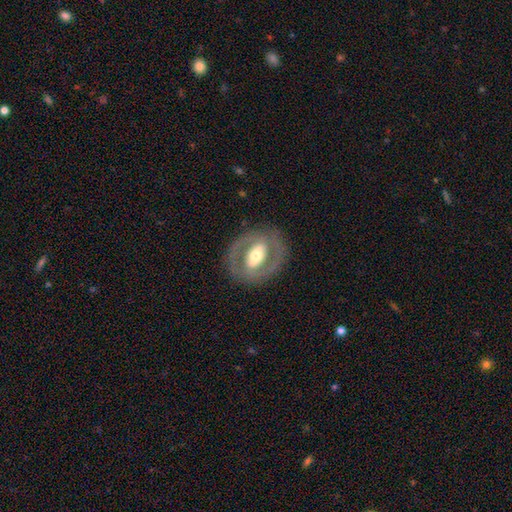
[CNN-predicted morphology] Smooth or featured? Predicted: featured or disk (p=0.71). Edge-on disk? Predicted: no (p=0.93). Bar? Predicted: strong (p=0.42). Spiral arms? Predicted: no (p=0.58). Bulge size? Predicted: moderate (p=0.62). Merging? Predicted: none (p=0.81).